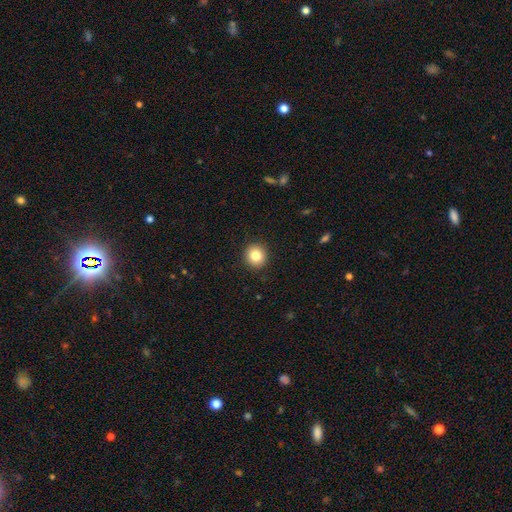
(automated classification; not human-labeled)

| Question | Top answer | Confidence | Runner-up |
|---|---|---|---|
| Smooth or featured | smooth | 83% | star or artifact (10%) |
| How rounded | round | 89% | in between (10%) |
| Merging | none | 92% | minor disturbance (5%) |